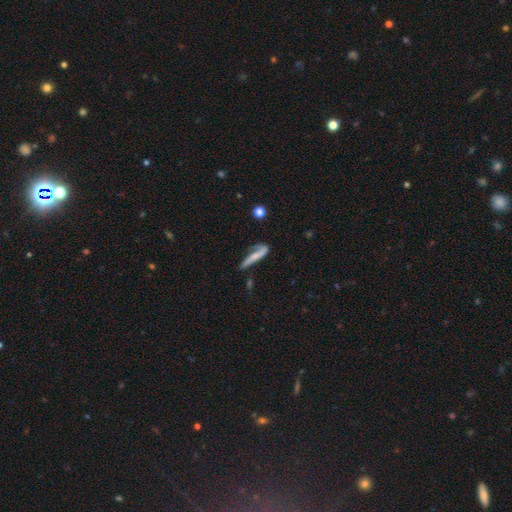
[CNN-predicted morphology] Overall: featured or disk (47%; smooth 45%). Merging: none (38%; minor disturbance 26%).